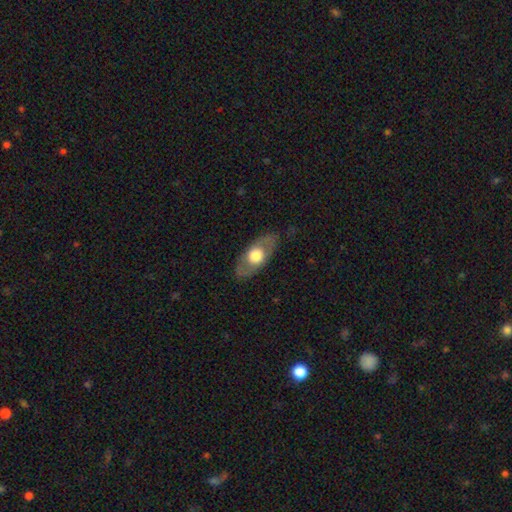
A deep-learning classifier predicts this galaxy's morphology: Smooth or featured?
  - smooth: 48% *
  - featured or disk: 47%
  - star or artifact: 5%
Merging?
  - none: 80% *
  - minor disturbance: 14%
  - major disturbance: 5%
  - merger: 1%